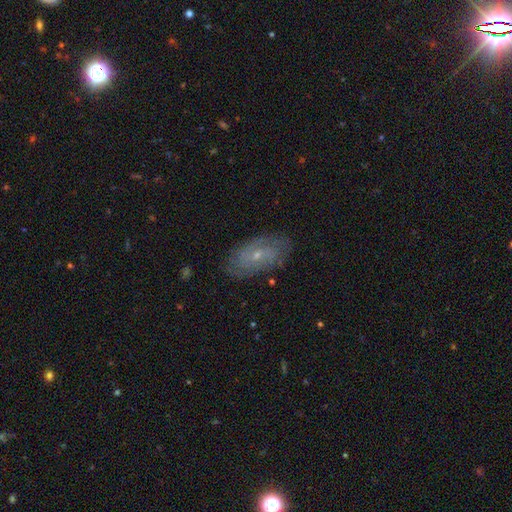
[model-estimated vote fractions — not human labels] A featured or disk galaxy (67%) with no bar (60%), 2 (45%) tight (51%) spiral arms (83%) and a small central bulge (71%).

Vote fractions:
- Smooth or featured? featured or disk: 67% / smooth: 25% / star or artifact: 8%
- Edge-on disk? no: 93% / yes: 7%
- Bar? no: 60% / weak: 34% / strong: 6%
- Spiral arms? yes: 83% / no: 17%
- Spiral winding? tight: 51% / medium: 35% / loose: 13%
- Spiral arm count? 2: 45% / can't tell: 39% / 3: 7% / 4: 3% / 1: 3% / more than 4: 3%
- Bulge size? small: 71% / moderate: 24% / none: 2% / large: 1% / dominant: 1%
- Merging? none: 79% / minor disturbance: 15% / major disturbance: 4% / merger: 1%